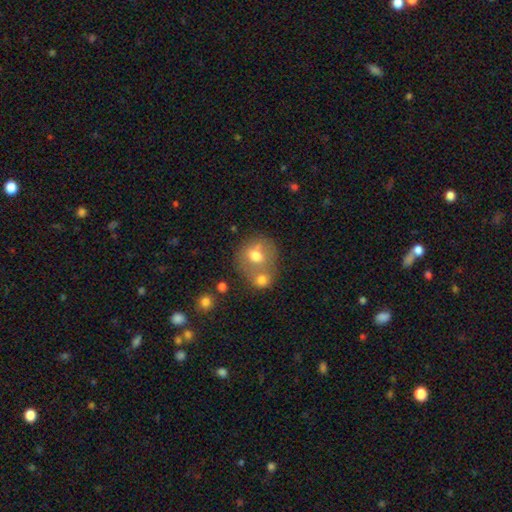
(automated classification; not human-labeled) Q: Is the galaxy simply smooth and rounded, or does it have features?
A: smooth — 65%.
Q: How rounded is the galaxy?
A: round — 71%.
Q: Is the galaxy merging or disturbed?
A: merger — 46%.